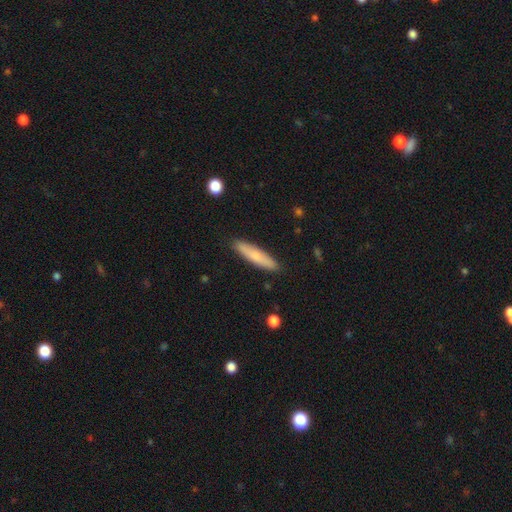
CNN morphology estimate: Smooth or featured: smooth — 67% (featured or disk — 27%)
How rounded: cigar-shaped — 82% (in between — 16%)
Merging: none — 89% (minor disturbance — 8%)